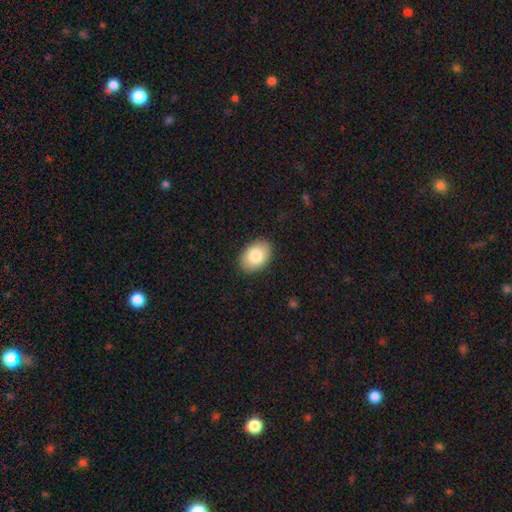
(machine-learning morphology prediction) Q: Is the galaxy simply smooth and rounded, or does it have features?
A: smooth — 83%.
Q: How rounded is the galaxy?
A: in between — 85%.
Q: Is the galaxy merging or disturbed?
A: none — 89%.